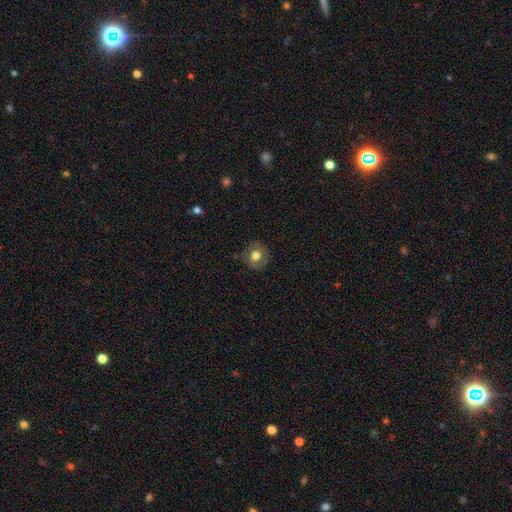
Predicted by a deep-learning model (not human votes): A smooth galaxy with no disk features (73%) that is round (90%).

Vote fractions:
- Smooth or featured? smooth: 73% / featured or disk: 18% / star or artifact: 9%
- How rounded? round: 90% / in between: 9% / cigar-shaped: 1%
- Merging? none: 85% / minor disturbance: 11% / major disturbance: 3% / merger: 1%